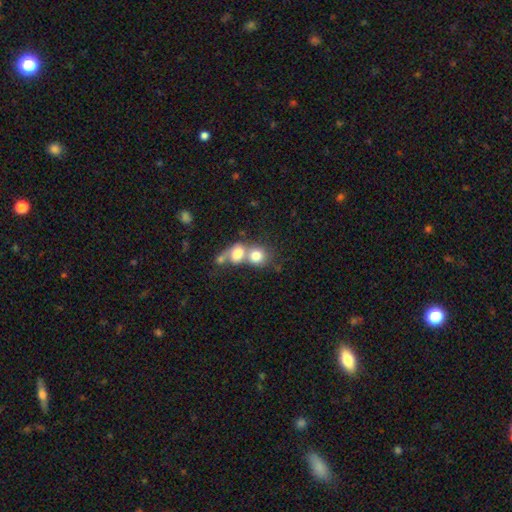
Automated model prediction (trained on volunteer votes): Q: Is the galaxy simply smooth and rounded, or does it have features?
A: smooth — 75%.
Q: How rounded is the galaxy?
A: round — 73%.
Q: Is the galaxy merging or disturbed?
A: merger — 68%.